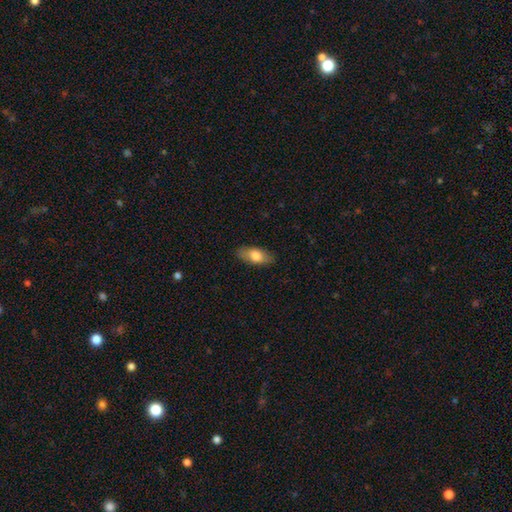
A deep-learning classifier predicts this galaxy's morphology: smooth_or_featured: smooth (p=0.75) [alt: featured or disk p=0.19]
how_rounded: in between (p=0.87) [alt: cigar-shaped p=0.09]
merging: none (p=0.85) [alt: minor disturbance p=0.12]